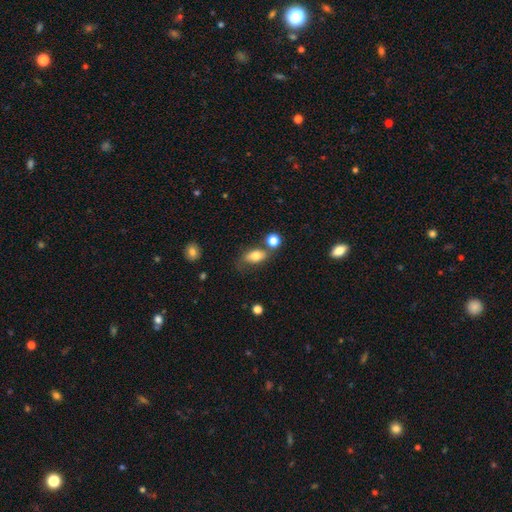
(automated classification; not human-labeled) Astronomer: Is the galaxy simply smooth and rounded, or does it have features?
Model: smooth — 77%.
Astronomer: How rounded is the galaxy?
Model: in between — 84%.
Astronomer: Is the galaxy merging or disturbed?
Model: none — 56%.